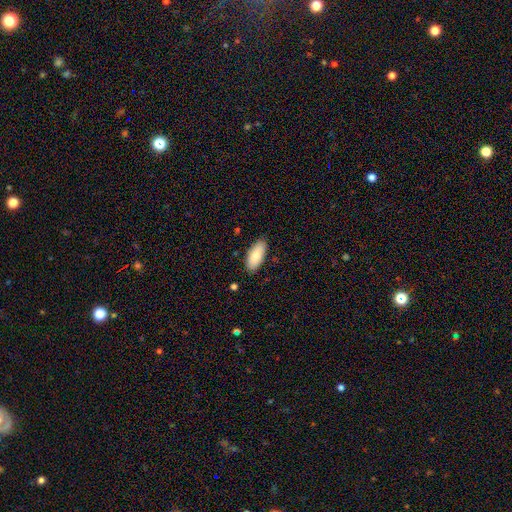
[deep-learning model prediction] A smooth galaxy with no disk features (83%) that is in between round and cigar-shaped (88%). Merging: none (85%).